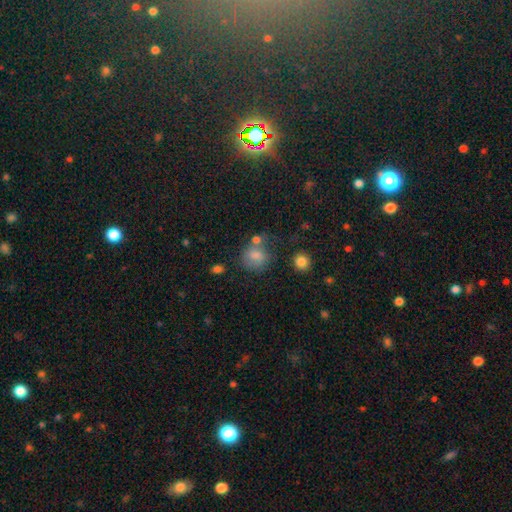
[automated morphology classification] Overall: smooth (78%). How rounded: round (72%). Merging: none (55%; minor disturbance 19%).